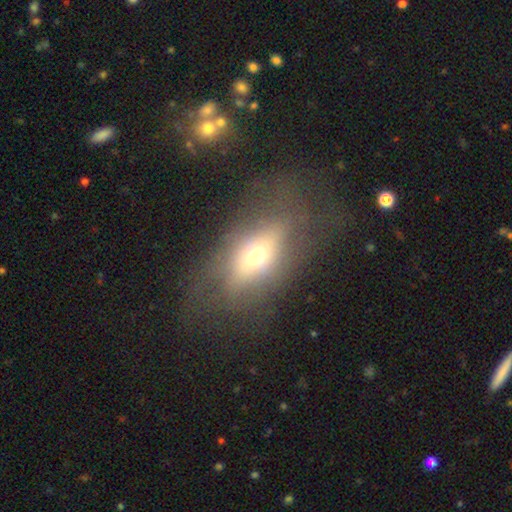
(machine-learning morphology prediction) This is possibly a smooth galaxy (49%). Merging: possibly none (55%).